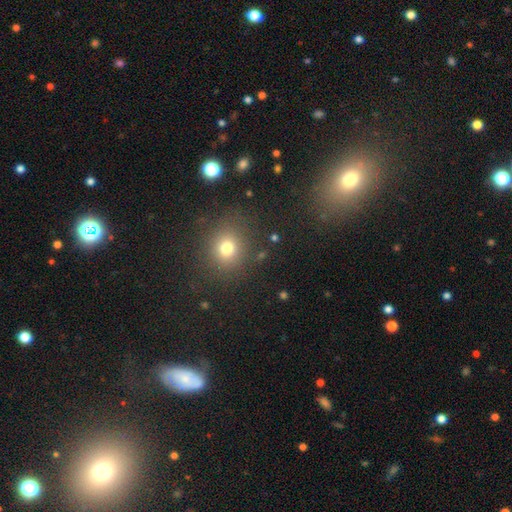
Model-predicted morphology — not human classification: Smooth or featured: smooth — 60% (star or artifact — 30%)
How rounded: round — 76% (in between — 22%)
Merging: none — 85% (minor disturbance — 8%)